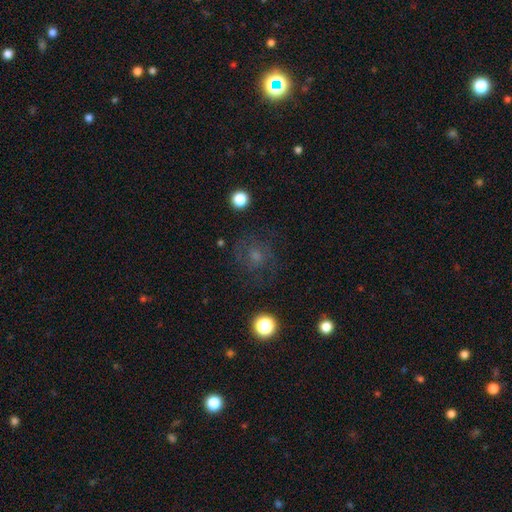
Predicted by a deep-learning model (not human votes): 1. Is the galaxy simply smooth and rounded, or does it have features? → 44% smooth, 33% featured or disk, 23% star or artifact.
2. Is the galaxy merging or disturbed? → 72% none, 15% minor disturbance, 11% major disturbance, 2% merger.